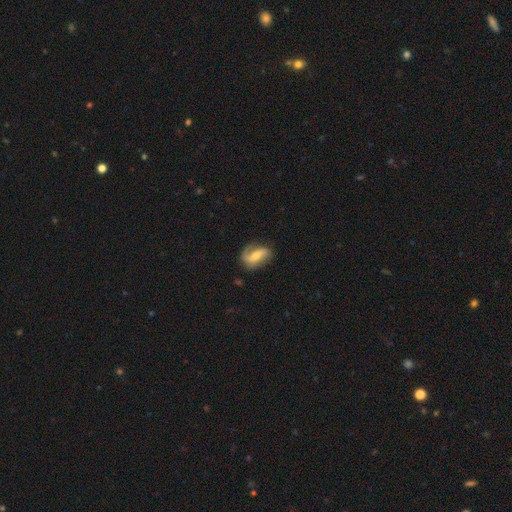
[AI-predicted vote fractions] The model was most divided on "bar": weak: 37%, no: 34%, strong: 30%. More confident: edge-on disk — no (96%); spiral arms — yes (93%); spiral arm count — 2 (79%); smooth or featured — featured or disk (76%); merging — none (71%); bulge size — moderate (54%); spiral winding — loose (50%).